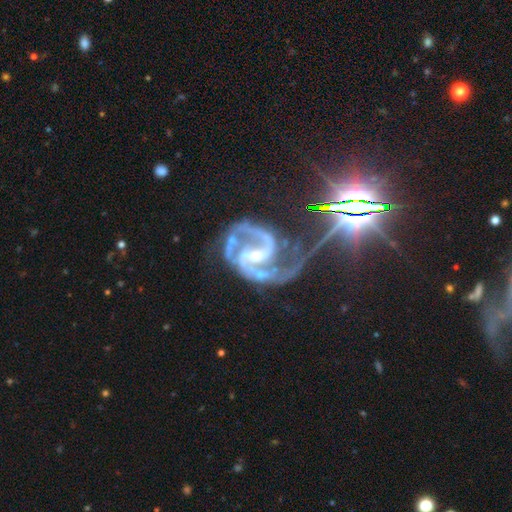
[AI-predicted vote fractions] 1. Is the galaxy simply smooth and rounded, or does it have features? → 91% featured or disk, 7% star or artifact, 2% smooth.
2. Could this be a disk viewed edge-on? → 98% no, 2% yes.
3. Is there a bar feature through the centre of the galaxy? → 39% weak, 37% strong, 24% no.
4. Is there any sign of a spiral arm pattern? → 98% yes, 2% no.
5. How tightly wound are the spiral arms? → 63% medium, 21% tight, 16% loose.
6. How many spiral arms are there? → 85% 2, 7% 3, 3% can't tell, 2% 1, 2% 4, 2% more than 4.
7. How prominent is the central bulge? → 58% small, 37% moderate, 2% none, 2% large, 1% dominant.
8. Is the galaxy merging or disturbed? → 46% none, 23% major disturbance, 22% minor disturbance, 8% merger.